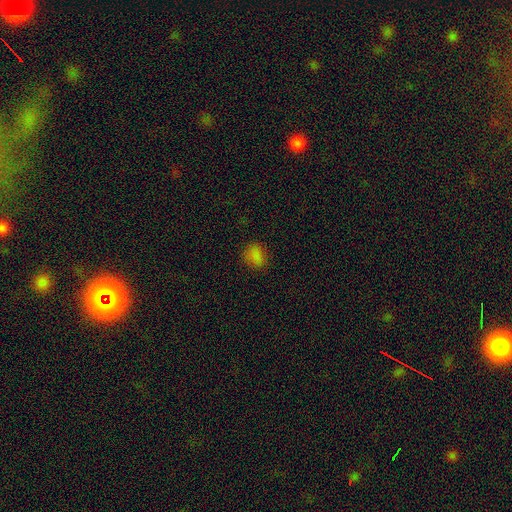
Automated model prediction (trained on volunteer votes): This appears to be a smooth galaxy with no disk features (79%) that is in between round and cigar-shaped (50%). Merging: none (80%).